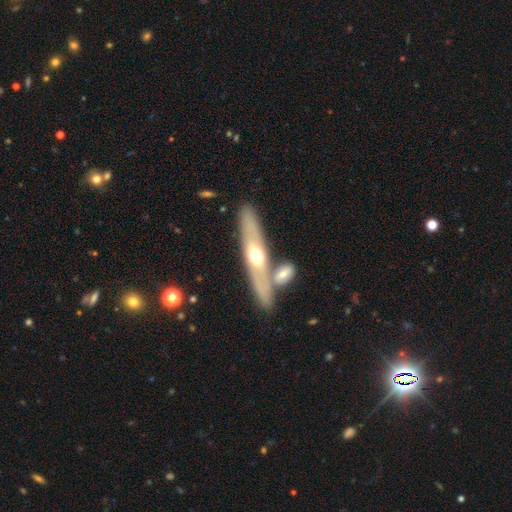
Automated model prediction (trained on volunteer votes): Smooth or featured? Predicted: featured or disk (p=0.58). Edge-on disk? Predicted: yes (p=0.77). Merging? Predicted: none (p=0.69).